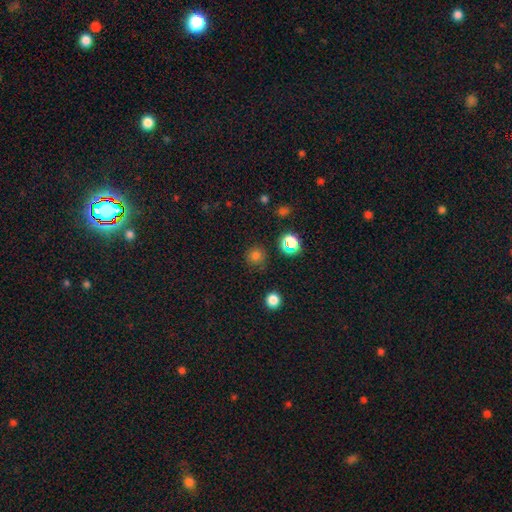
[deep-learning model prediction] Overall: smooth (74%). How rounded: round (93%). Merging: none (85%).